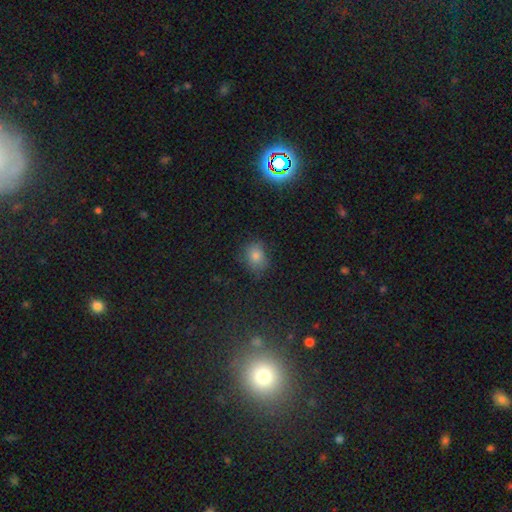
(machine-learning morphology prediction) Smooth or featured?
  - smooth: 70% *
  - star or artifact: 22%
  - featured or disk: 8%
How rounded?
  - round: 53% *
  - in between: 45%
  - cigar-shaped: 1%
Merging?
  - none: 76% *
  - minor disturbance: 18%
  - major disturbance: 5%
  - merger: 2%